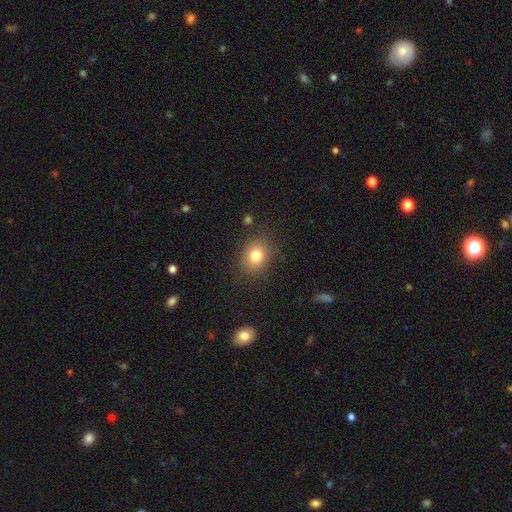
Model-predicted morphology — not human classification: A smooth galaxy with no disk features (80%) that is round (57%).

Vote fractions:
- Smooth or featured? smooth: 80% / star or artifact: 12% / featured or disk: 8%
- How rounded? round: 57% / in between: 42% / cigar-shaped: 1%
- Merging? none: 82% / minor disturbance: 12% / major disturbance: 4% / merger: 2%